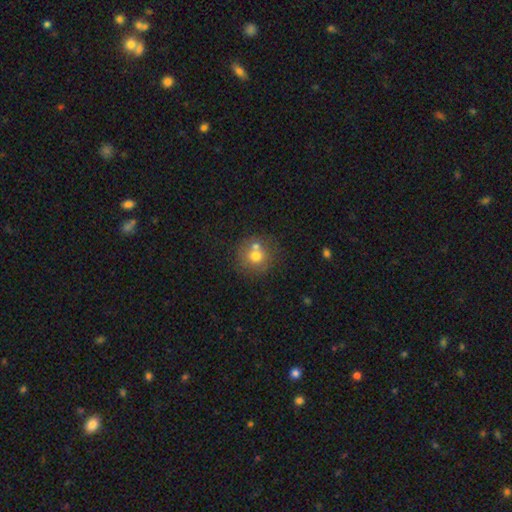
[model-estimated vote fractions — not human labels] Smooth or featured? smooth (70%)
How rounded? round (90%)
Merging? none (57%)